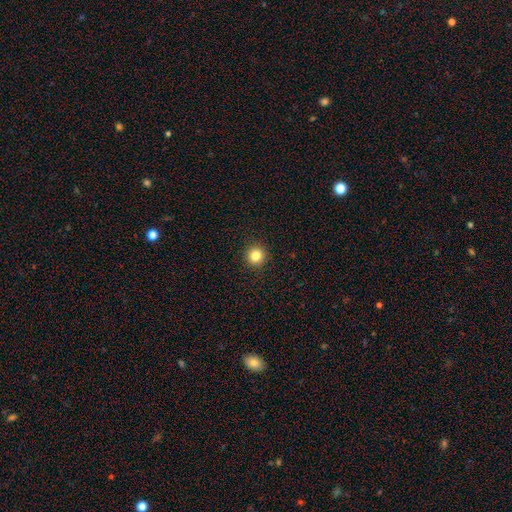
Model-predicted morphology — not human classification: Q: Smooth or featured?
A: smooth (83%); runner-up: star or artifact (11%)
Q: How rounded?
A: round (93%); runner-up: in between (6%)
Q: Merging?
A: none (93%); runner-up: minor disturbance (5%)